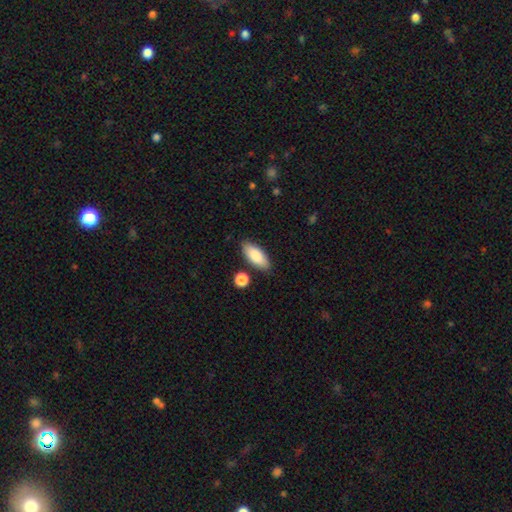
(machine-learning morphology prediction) Smooth or featured?
  - smooth: 86% *
  - featured or disk: 8%
  - star or artifact: 6%
How rounded?
  - in between: 84% *
  - cigar-shaped: 14%
  - round: 2%
Merging?
  - none: 82% *
  - minor disturbance: 11%
  - merger: 4%
  - major disturbance: 2%